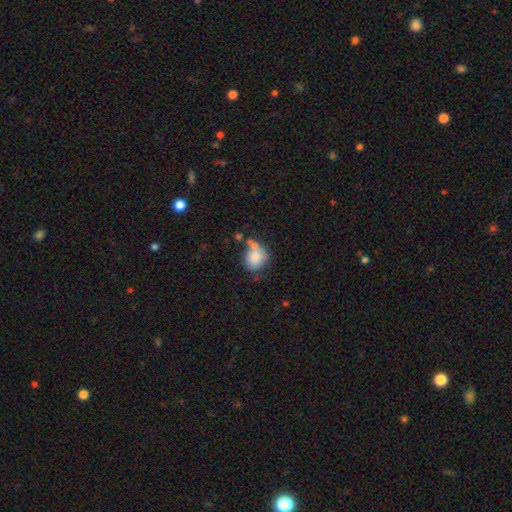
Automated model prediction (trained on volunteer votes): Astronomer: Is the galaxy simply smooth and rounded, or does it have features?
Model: smooth — 80%.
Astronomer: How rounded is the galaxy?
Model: round — 73%.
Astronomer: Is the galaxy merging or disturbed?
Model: none — 54%.